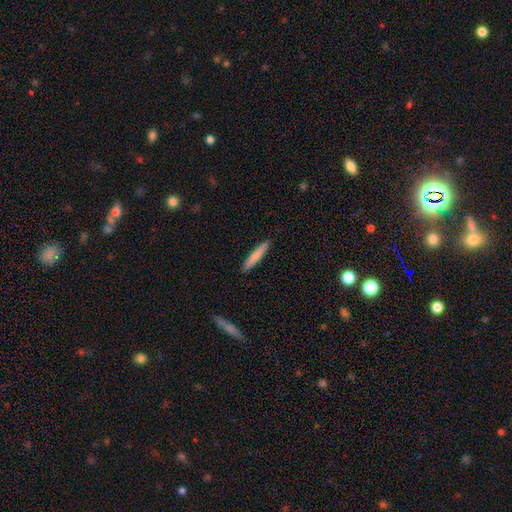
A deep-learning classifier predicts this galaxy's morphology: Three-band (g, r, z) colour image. It shows a smooth galaxy with no disk features (77%) that is cigar-shaped (94%). Merging: none (92%).